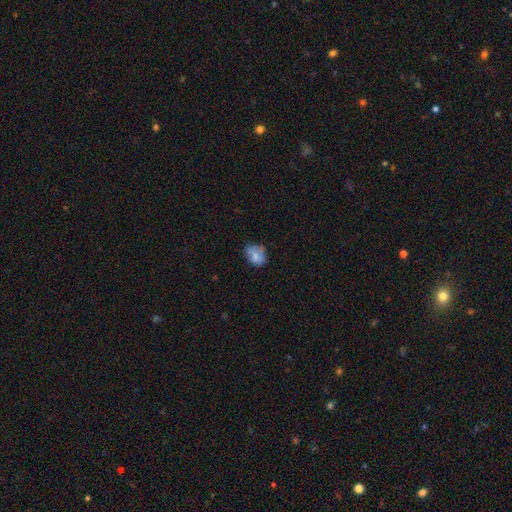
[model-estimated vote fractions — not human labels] smooth_or_featured: smooth (p=0.73) [alt: featured or disk p=0.18]
how_rounded: in between (p=0.55) [alt: round p=0.44]
merging: none (p=0.55) [alt: minor disturbance p=0.30]